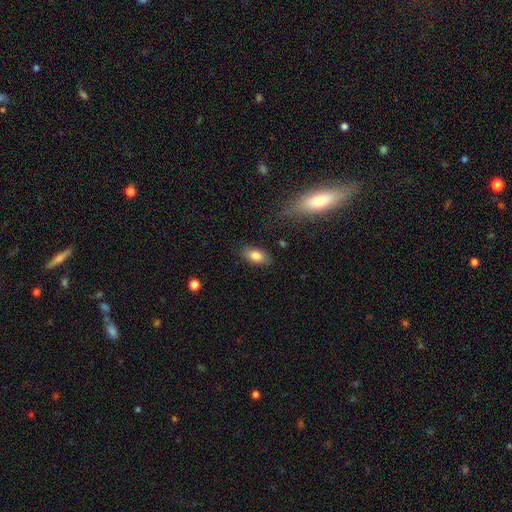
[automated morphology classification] A smooth galaxy with no disk features (83%) that is in between round and cigar-shaped (90%).

Vote fractions:
- Smooth or featured? smooth: 83% / featured or disk: 9% / star or artifact: 7%
- How rounded? in between: 90% / round: 6% / cigar-shaped: 4%
- Merging? none: 83% / minor disturbance: 12% / major disturbance: 3% / merger: 2%